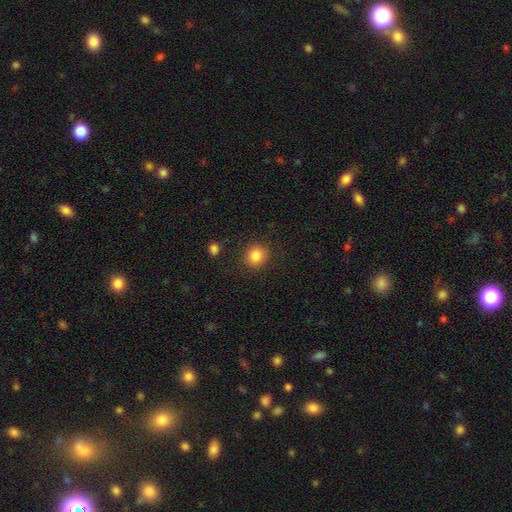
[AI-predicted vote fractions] This appears to be a smooth galaxy with no disk features (85%) that is round (84%). Merging: none (87%).